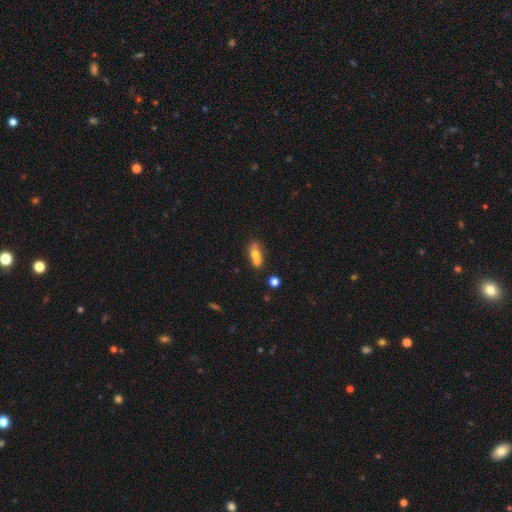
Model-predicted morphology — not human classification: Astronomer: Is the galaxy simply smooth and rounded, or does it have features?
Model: smooth — 62%.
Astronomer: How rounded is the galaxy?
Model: in between — 71%.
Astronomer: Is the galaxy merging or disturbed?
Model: merger — 45% (runner-up: none, 33%).